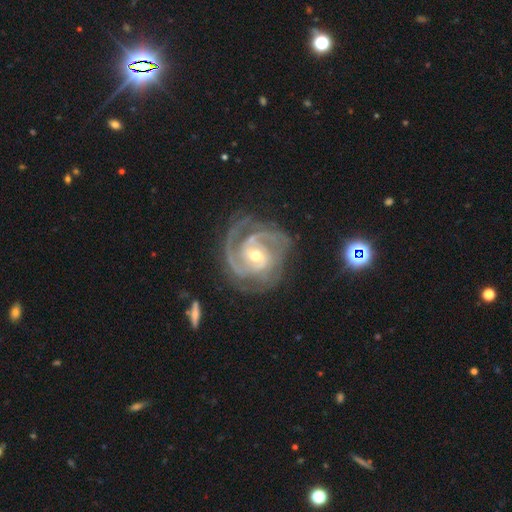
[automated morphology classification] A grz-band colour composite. It shows a featured or disk galaxy (92%) with no bar (47%), 3 (39%) tight (62%) spiral arms (98%) and a moderate central bulge (51%). Merging: none (70%).